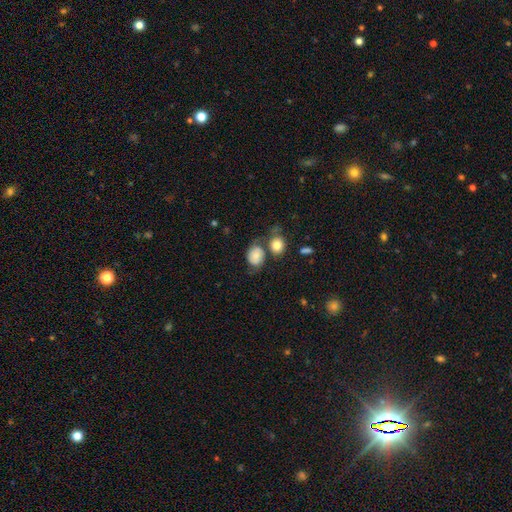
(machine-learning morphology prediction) This is likely a smooth galaxy (72%). How rounded: possibly in between (51%). Merging: possibly none (47%).